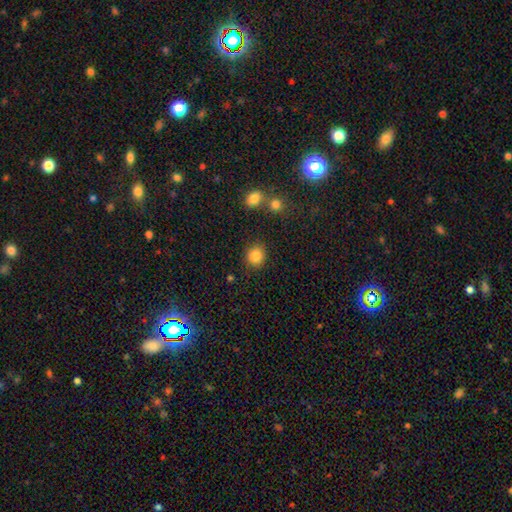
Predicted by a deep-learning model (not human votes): Smooth or featured? smooth (85%)
How rounded? round (86%)
Merging? none (86%)